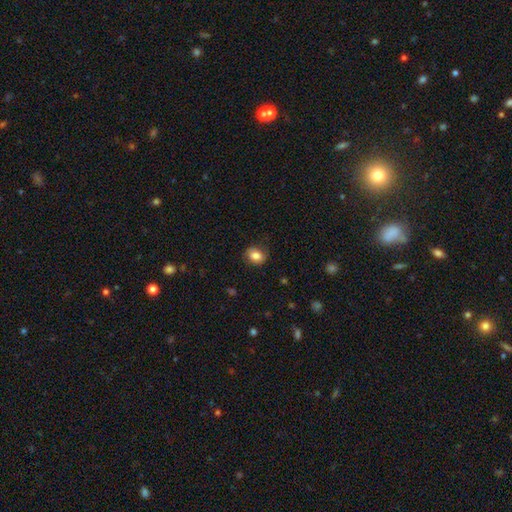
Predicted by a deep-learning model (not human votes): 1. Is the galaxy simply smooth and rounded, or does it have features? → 83% smooth, 9% star or artifact, 8% featured or disk.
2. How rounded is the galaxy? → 54% in between, 44% round, 1% cigar-shaped.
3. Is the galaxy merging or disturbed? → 83% none, 13% minor disturbance, 3% major disturbance, 1% merger.